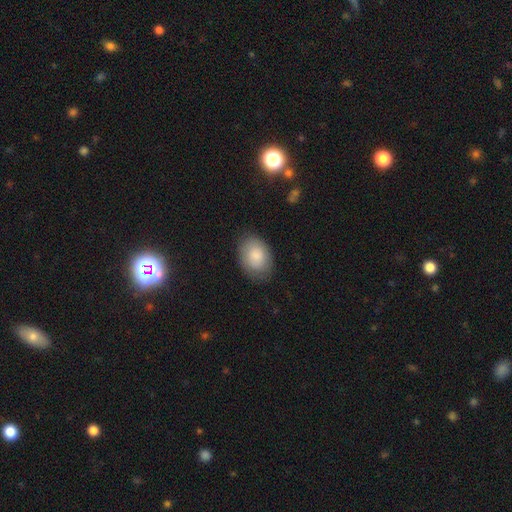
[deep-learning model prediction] A smooth galaxy with no disk features (84%) that is in between round and cigar-shaped (78%). Merging: none (80%).